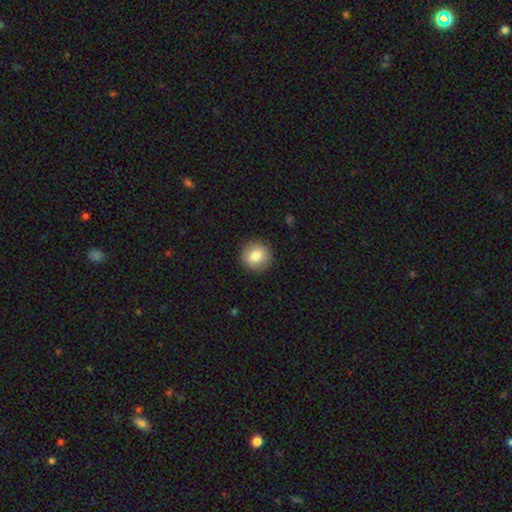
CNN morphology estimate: Q: Smooth or featured?
A: smooth (84%); runner-up: featured or disk (8%)
Q: How rounded?
A: round (92%); runner-up: in between (7%)
Q: Merging?
A: none (91%); runner-up: minor disturbance (6%)